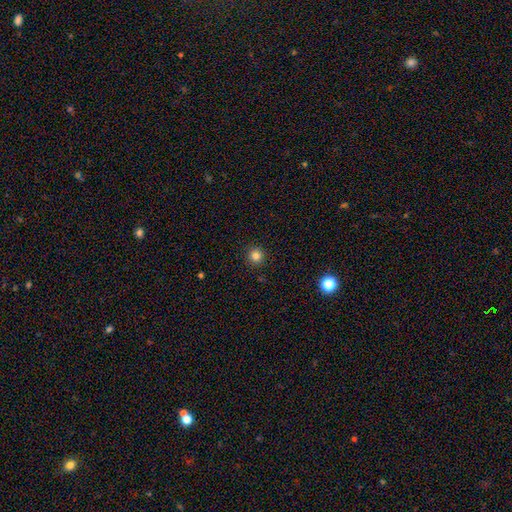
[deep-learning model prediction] Smooth or featured? Predicted: smooth (p=0.83). How rounded? Predicted: round (p=0.94). Merging? Predicted: none (p=0.92).